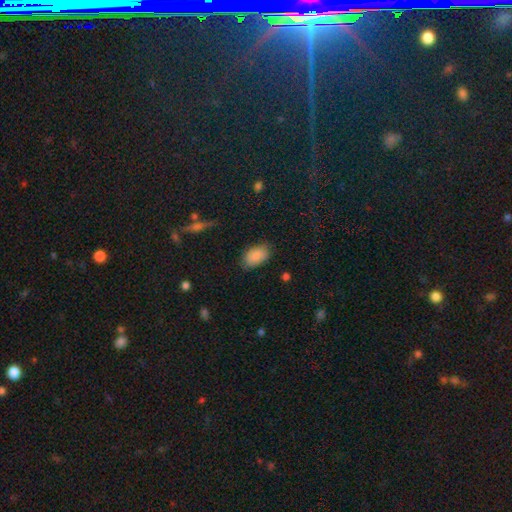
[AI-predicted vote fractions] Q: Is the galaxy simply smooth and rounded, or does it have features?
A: smooth — 87%.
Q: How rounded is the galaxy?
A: in between — 92%.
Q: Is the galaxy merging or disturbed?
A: none — 79%.